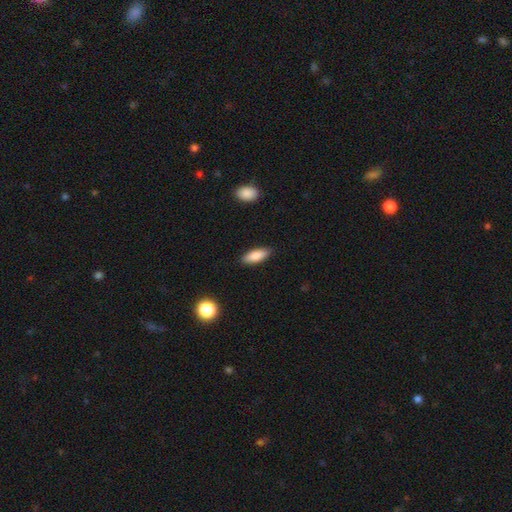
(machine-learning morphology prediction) smooth_or_featured: smooth (p=0.85) [alt: featured or disk p=0.09]
how_rounded: in between (p=0.70) [alt: cigar-shaped p=0.28]
merging: none (p=0.87) [alt: minor disturbance p=0.10]